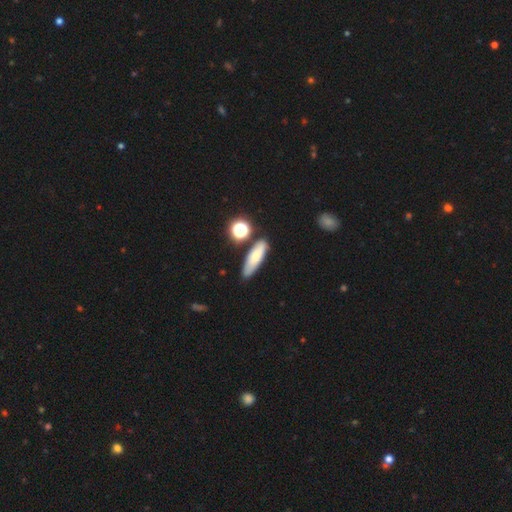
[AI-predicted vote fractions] A smooth galaxy with no disk features (70%) that is cigar-shaped (49%).

Vote fractions:
- Smooth or featured? smooth: 70% / featured or disk: 19% / star or artifact: 11%
- How rounded? cigar-shaped: 49% / in between: 44% / round: 6%
- Merging? none: 73% / minor disturbance: 15% / merger: 8% / major disturbance: 4%